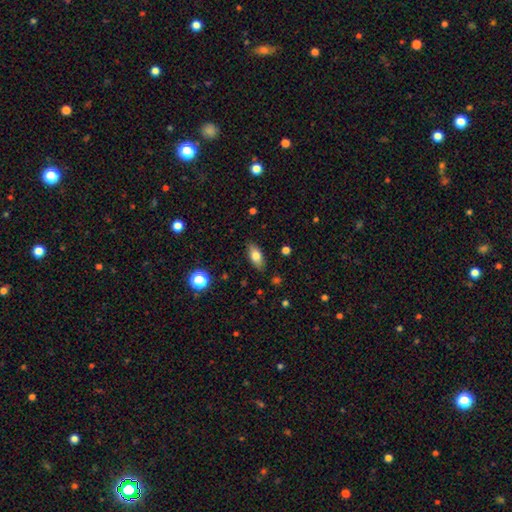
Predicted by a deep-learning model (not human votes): smooth_or_featured: smooth (p=0.77) [alt: featured or disk p=0.15]
how_rounded: in between (p=0.85) [alt: cigar-shaped p=0.10]
merging: none (p=0.86) [alt: minor disturbance p=0.11]